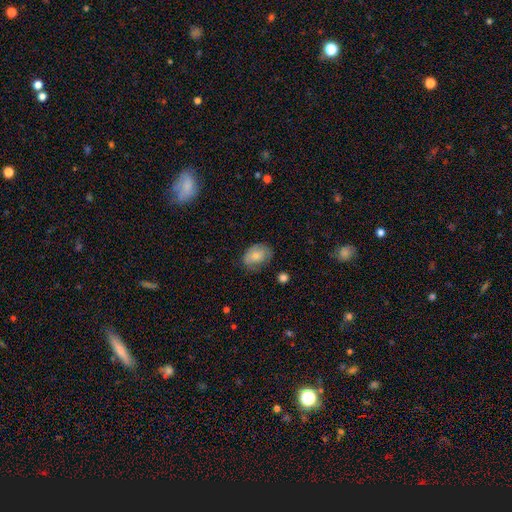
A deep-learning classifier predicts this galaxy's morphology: A smooth galaxy with no disk features (71%) that is in between round and cigar-shaped (75%). Merging: none (64%).